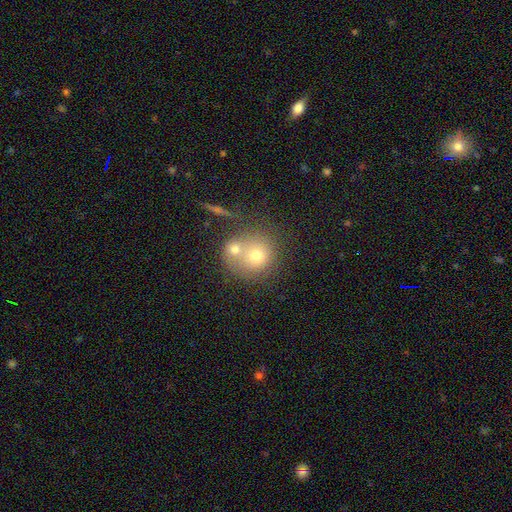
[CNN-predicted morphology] smooth 67%, featured or disk 20%, star or artifact 13%. Down the decision tree: how rounded — round (85%); merging — merger (51%).